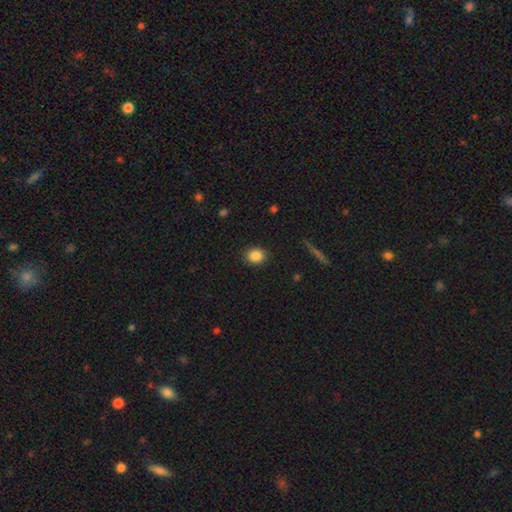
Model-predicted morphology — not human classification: type=smooth (86%); roundness=round (64%); merging=none (89%).